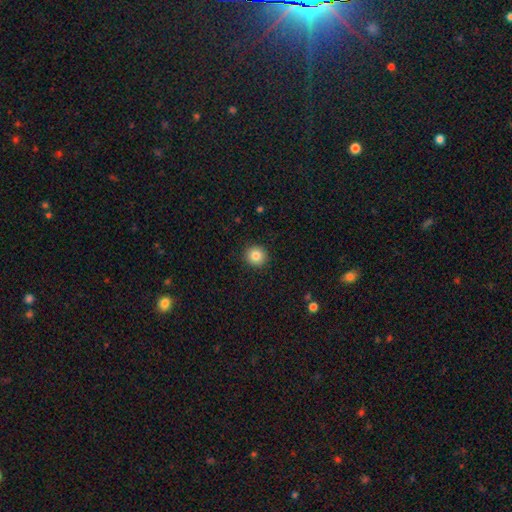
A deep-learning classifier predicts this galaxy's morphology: Smooth or featured: smooth — 84% (star or artifact — 10%)
How rounded: round — 92% (in between — 7%)
Merging: none — 92% (minor disturbance — 5%)